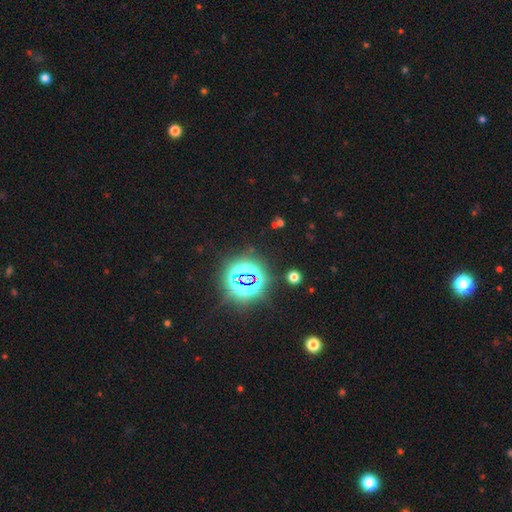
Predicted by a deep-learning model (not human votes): Smooth or featured?
  - star or artifact: 84% *
  - smooth: 10%
  - featured or disk: 6%